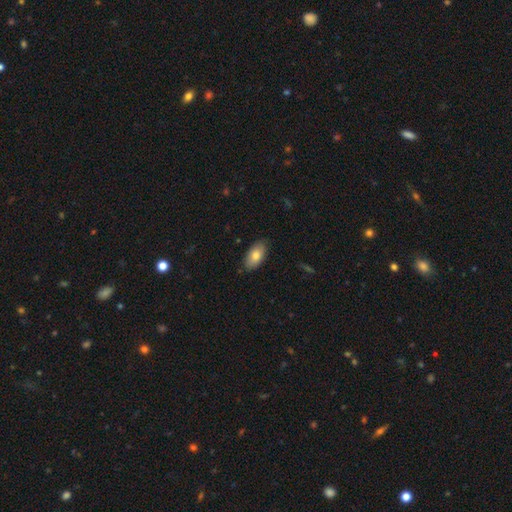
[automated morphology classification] Overall: smooth (79%). How rounded: in between (94%). Merging: none (85%).